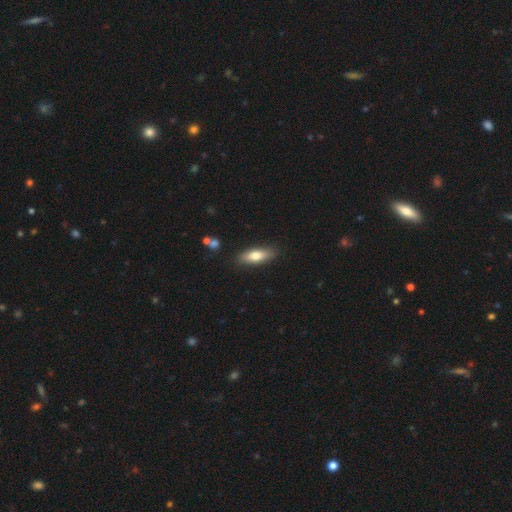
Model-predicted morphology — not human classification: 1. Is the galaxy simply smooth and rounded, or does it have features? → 73% smooth, 21% featured or disk, 6% star or artifact.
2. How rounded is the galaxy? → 56% in between, 42% cigar-shaped, 2% round.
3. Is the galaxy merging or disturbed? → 86% none, 10% minor disturbance, 2% major disturbance, 2% merger.